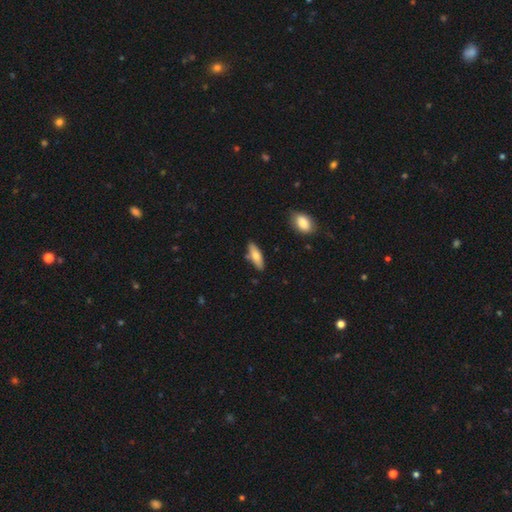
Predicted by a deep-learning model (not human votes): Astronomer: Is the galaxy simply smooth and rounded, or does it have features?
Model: smooth — 71%.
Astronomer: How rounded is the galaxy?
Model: in between — 56% (runner-up: cigar-shaped, 42%).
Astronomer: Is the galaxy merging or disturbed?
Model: none — 80%.